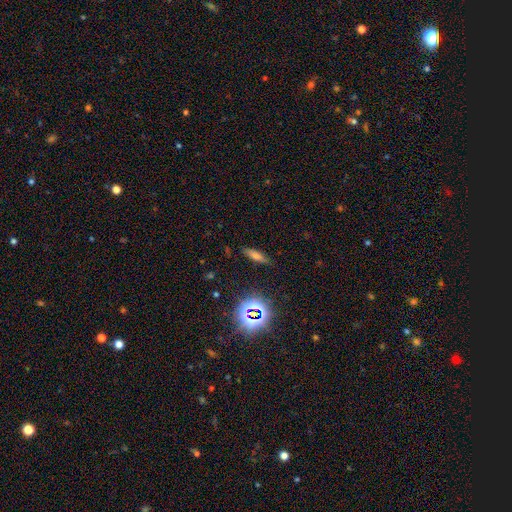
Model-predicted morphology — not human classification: Q: Smooth or featured?
A: smooth (50%); runner-up: star or artifact (26%)
Q: Merging?
A: none (86%); runner-up: minor disturbance (10%)